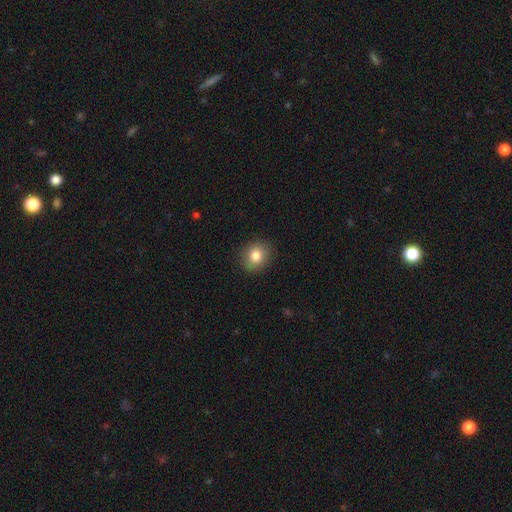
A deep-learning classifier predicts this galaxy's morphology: smooth-or-featured: smooth: 82% | star or artifact: 10% | featured or disk: 8%
  how-rounded: round: 74% | in between: 25% | cigar-shaped: 1%
  merging: none: 89% | minor disturbance: 7% | major disturbance: 2% | merger: 1%